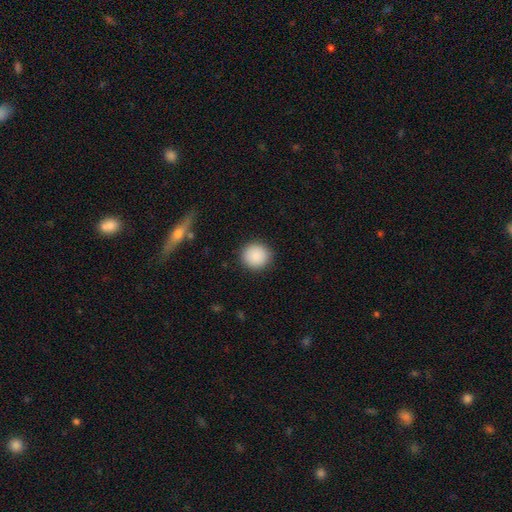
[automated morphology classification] Smooth or featured? smooth (89%)
How rounded? round (93%)
Merging? none (91%)